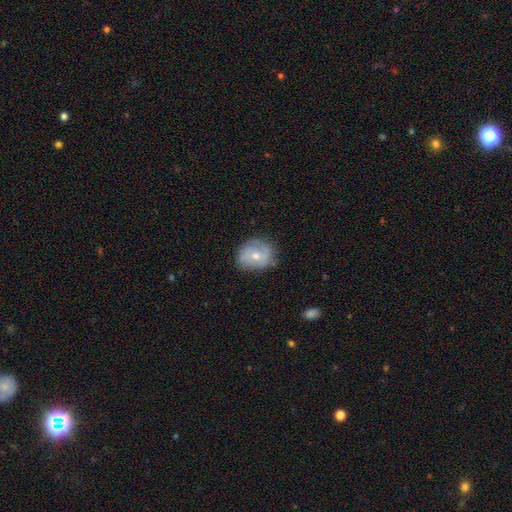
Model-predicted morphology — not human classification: Overall: smooth (50%; featured or disk 43%). Merging: none (68%).